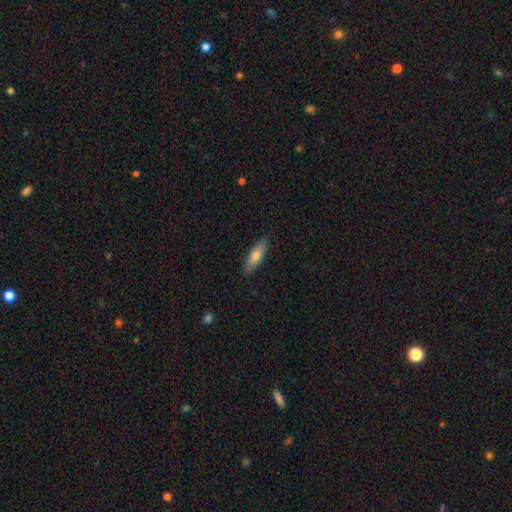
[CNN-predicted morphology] smooth 69%, featured or disk 25%, star or artifact 6%. Down the decision tree: how rounded — cigar-shaped (54%); merging — none (87%).